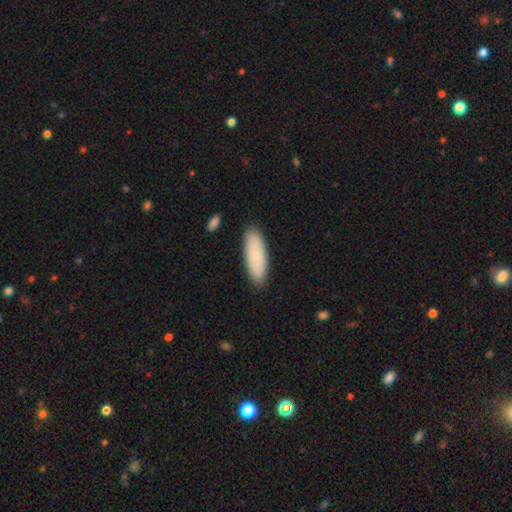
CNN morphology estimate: type=smooth (84%); roundness=in between (65%); merging=none (88%).